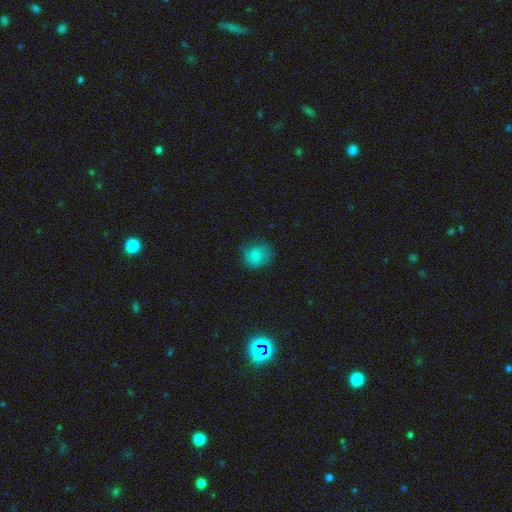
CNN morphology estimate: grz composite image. It shows a smooth galaxy with no disk features (78%) that is round (76%). Merging: none (67%).